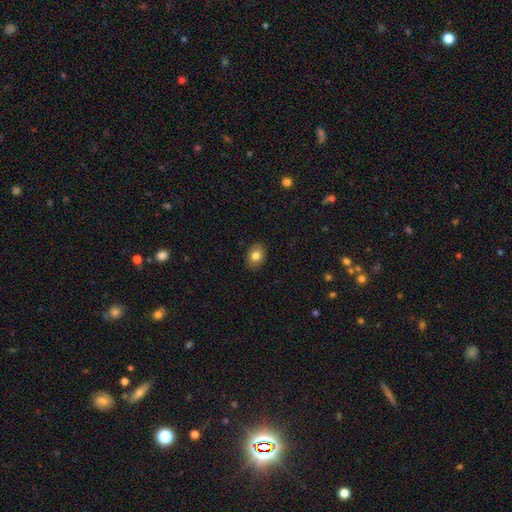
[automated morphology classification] smooth 81%, featured or disk 10%, star or artifact 9%. Down the decision tree: how rounded — in between (63%); merging — none (88%).